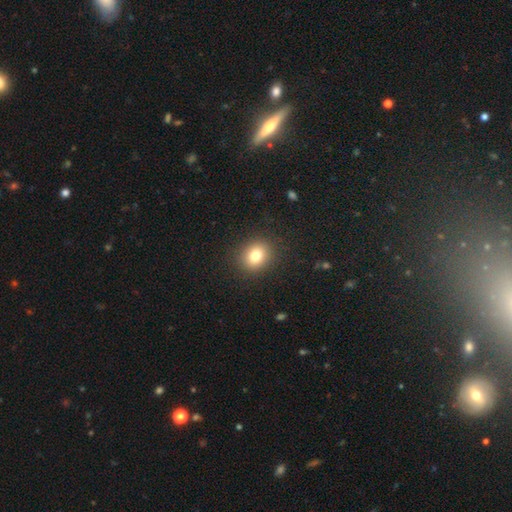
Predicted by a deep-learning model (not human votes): A smooth galaxy with no disk features (79%) that is round (66%). Merging: none (89%).